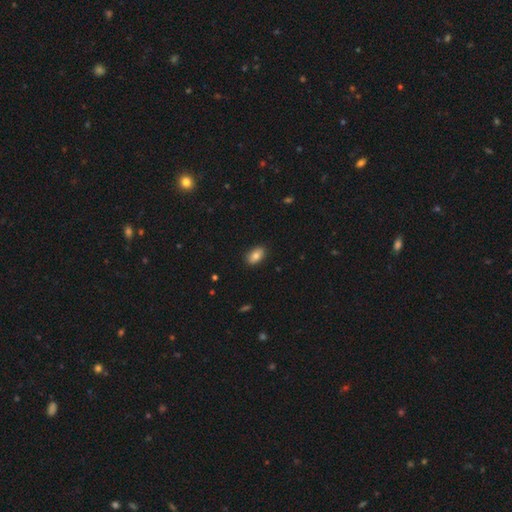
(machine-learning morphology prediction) smooth 81%, featured or disk 12%, star or artifact 8%. Down the decision tree: how rounded — in between (91%); merging — none (88%).